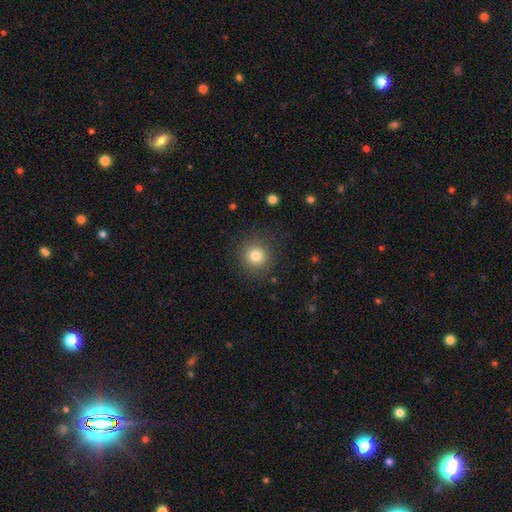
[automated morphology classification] Smooth or featured? Predicted: smooth (p=0.80). How rounded? Predicted: round (p=0.93). Merging? Predicted: none (p=0.87).